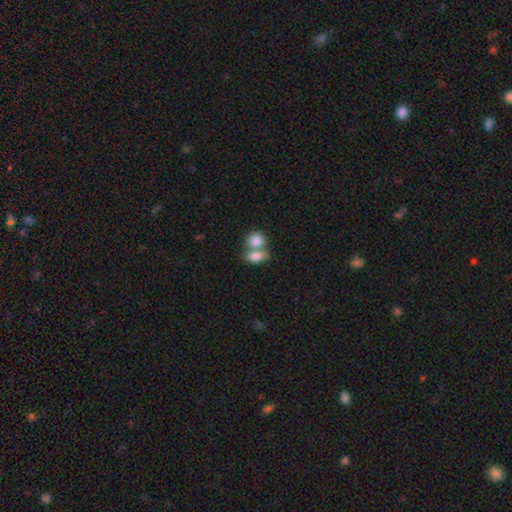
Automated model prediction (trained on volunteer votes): smooth-or-featured: smooth: 82% | featured or disk: 11% | star or artifact: 8%
  how-rounded: in between: 75% | round: 22% | cigar-shaped: 3%
  merging: merger: 61% | none: 28% | minor disturbance: 7% | major disturbance: 4%